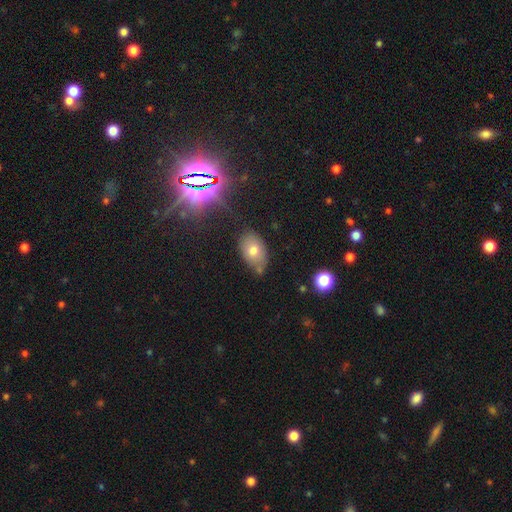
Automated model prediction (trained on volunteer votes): smooth-or-featured: smooth: 72% | featured or disk: 16% | star or artifact: 12%
  how-rounded: in between: 84% | round: 15% | cigar-shaped: 1%
  merging: none: 63% | minor disturbance: 23% | merger: 9% | major disturbance: 5%